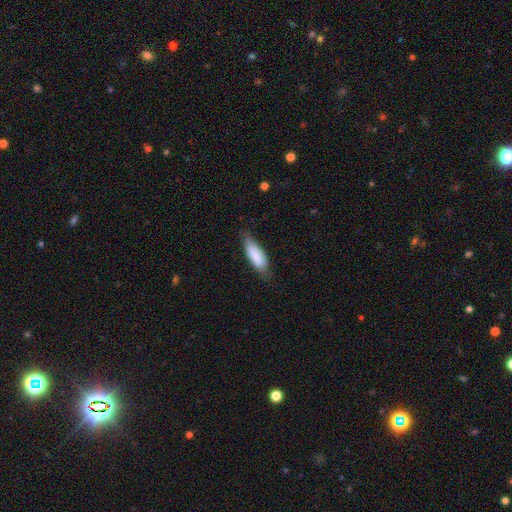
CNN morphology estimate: A smooth galaxy with no disk features (84%) that is in between round and cigar-shaped (59%).

Vote fractions:
- Smooth or featured? smooth: 84% / featured or disk: 10% / star or artifact: 6%
- How rounded? in between: 59% / cigar-shaped: 39% / round: 2%
- Merging? none: 69% / minor disturbance: 25% / major disturbance: 5% / merger: 1%